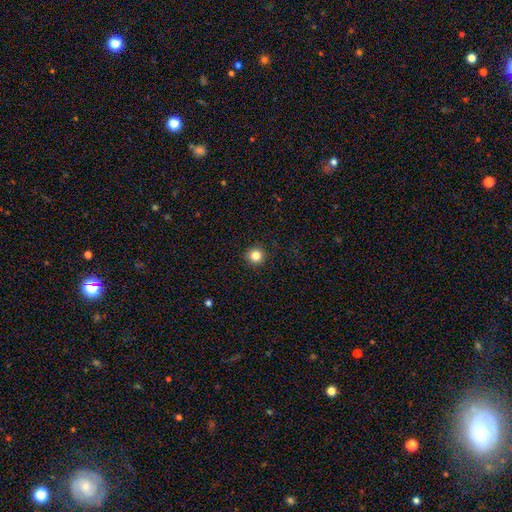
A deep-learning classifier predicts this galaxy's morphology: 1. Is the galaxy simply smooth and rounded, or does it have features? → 84% smooth, 11% star or artifact, 5% featured or disk.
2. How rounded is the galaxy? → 94% round, 5% in between, 1% cigar-shaped.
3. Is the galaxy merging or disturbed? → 92% none, 6% minor disturbance, 2% major disturbance, 1% merger.